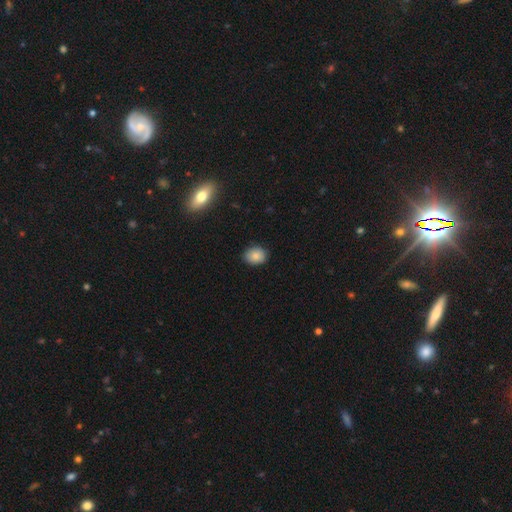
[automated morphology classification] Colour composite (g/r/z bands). It shows a smooth galaxy with no disk features (85%) that is in between round and cigar-shaped (53%). Merging: none (85%).